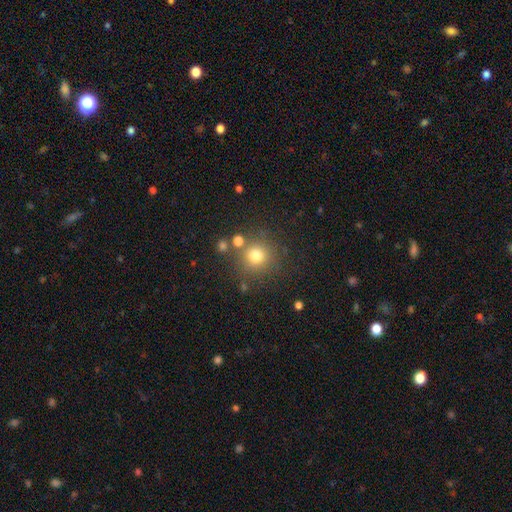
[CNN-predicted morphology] Smooth or featured?
  - smooth: 75% *
  - star or artifact: 16%
  - featured or disk: 9%
How rounded?
  - round: 93% *
  - in between: 6%
  - cigar-shaped: 1%
Merging?
  - none: 79% *
  - minor disturbance: 9%
  - merger: 8%
  - major disturbance: 4%